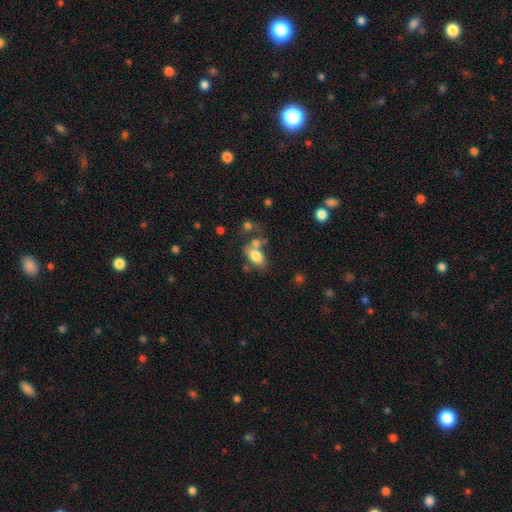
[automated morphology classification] Smooth or featured? Predicted: smooth (p=0.77). How rounded? Predicted: in between (p=0.89). Merging? Predicted: none (p=0.47).